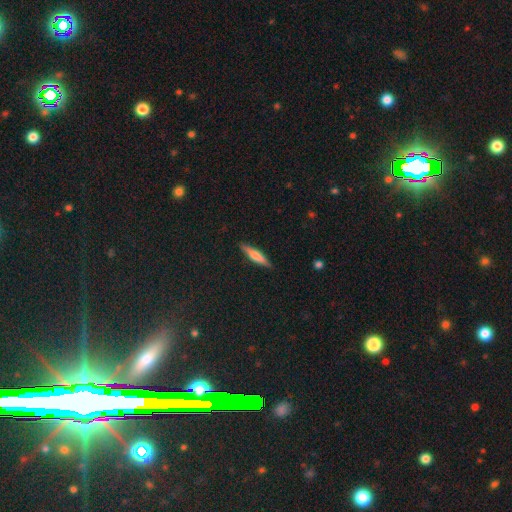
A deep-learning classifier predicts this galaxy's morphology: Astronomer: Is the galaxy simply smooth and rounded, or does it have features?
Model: smooth — 52% (runner-up: featured or disk, 41%).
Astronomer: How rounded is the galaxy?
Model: cigar-shaped — 86%.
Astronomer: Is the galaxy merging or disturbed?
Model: none — 89%.